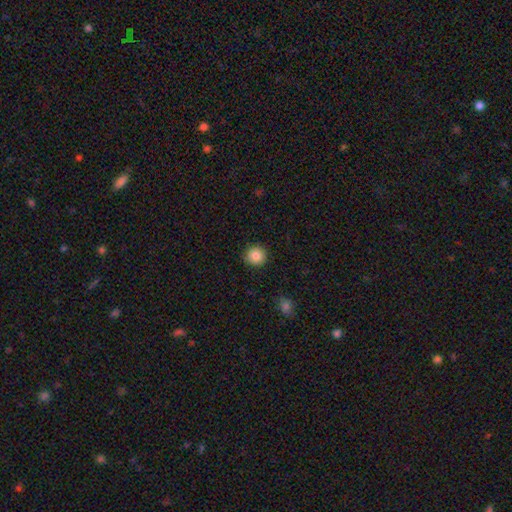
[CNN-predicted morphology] This appears to be a smooth galaxy with no disk features (87%) that is round (93%). Merging: none (91%).